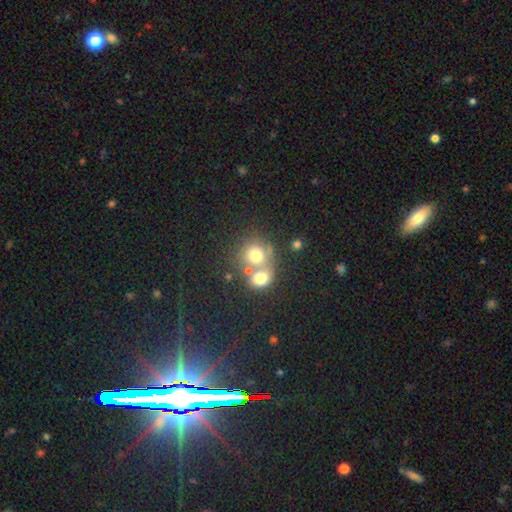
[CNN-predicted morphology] type=smooth (69%); roundness=round (77%); merging=merger (56%).